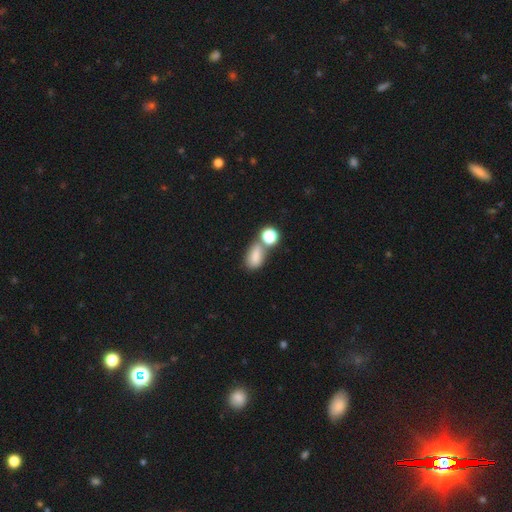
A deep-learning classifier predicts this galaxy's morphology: smooth 77%, star or artifact 13%, featured or disk 10%. Down the decision tree: how rounded — in between (80%); merging — none (43%).